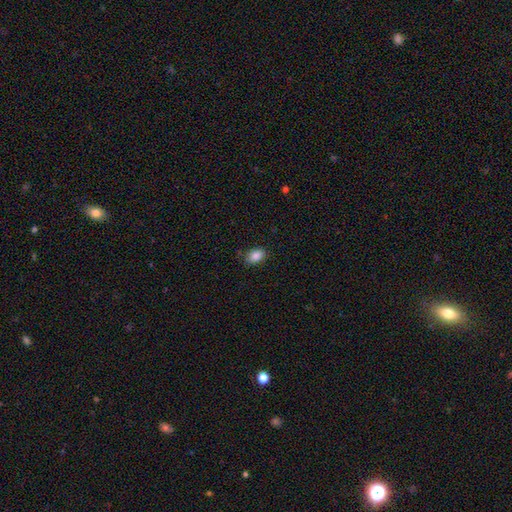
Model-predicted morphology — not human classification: Q: Smooth or featured?
A: smooth (87%); runner-up: star or artifact (8%)
Q: How rounded?
A: in between (81%); runner-up: round (18%)
Q: Merging?
A: none (83%); runner-up: minor disturbance (13%)